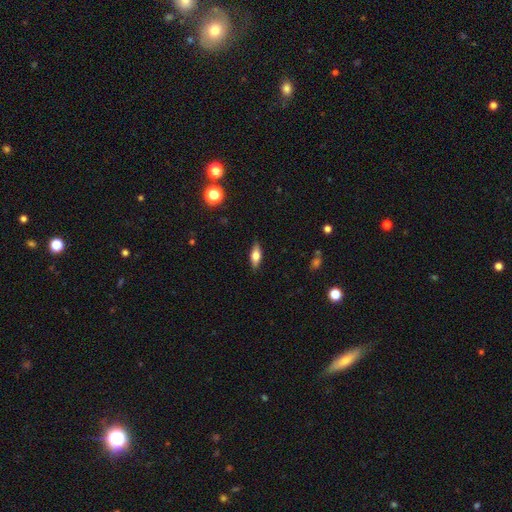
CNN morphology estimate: smooth 63%, featured or disk 30%, star or artifact 7%. Down the decision tree: how rounded — in between (69%); merging — none (87%).